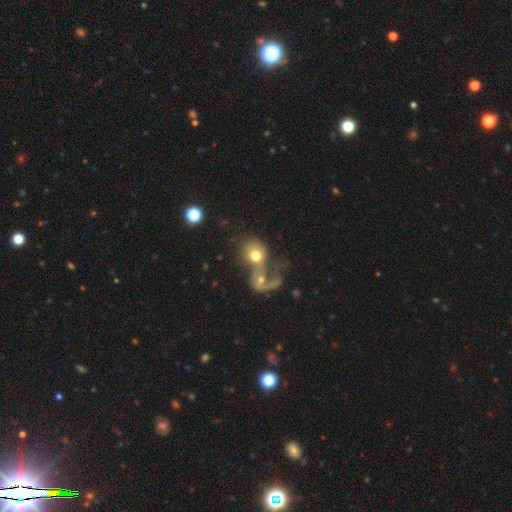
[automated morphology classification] Smooth or featured? smooth (60%)
How rounded? round (63%)
Merging? merger (68%)